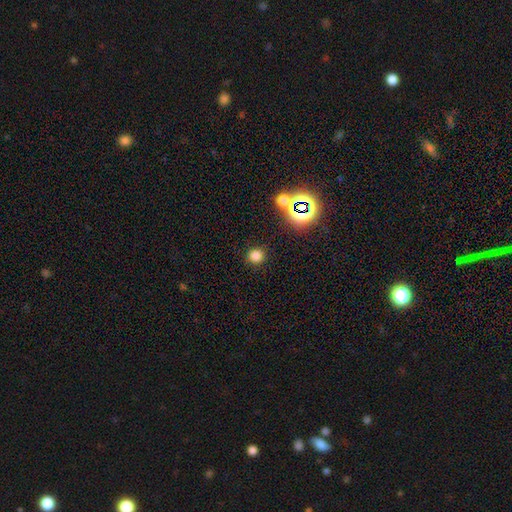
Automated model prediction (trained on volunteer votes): Morphology: type=smooth (77%); roundness=round (91%); merging=none (89%).